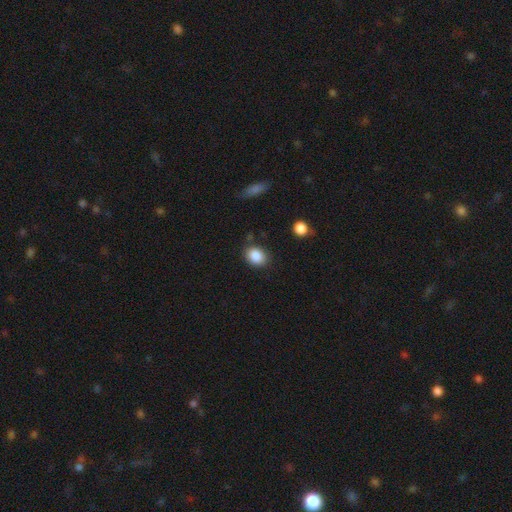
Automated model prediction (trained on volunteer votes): This appears to be a smooth galaxy with no disk features (87%) that is in between round and cigar-shaped (58%). Merging: none (80%).